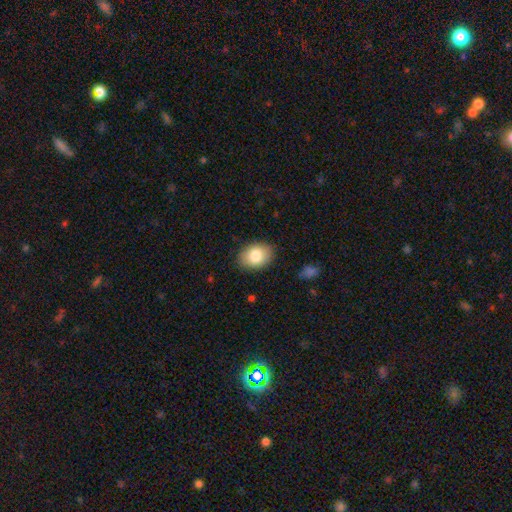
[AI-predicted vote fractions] Smooth or featured?
  - smooth: 83% *
  - featured or disk: 10%
  - star or artifact: 7%
How rounded?
  - in between: 79% *
  - round: 20%
  - cigar-shaped: 1%
Merging?
  - none: 87% *
  - minor disturbance: 10%
  - major disturbance: 2%
  - merger: 1%